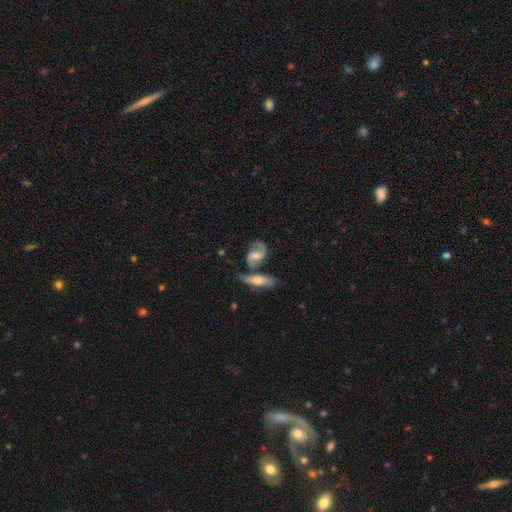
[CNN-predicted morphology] This is likely a featured or disk galaxy (72%). It is clearly not viewed edge-on (92%). Bar: possibly weak (47%). Spiral arm pattern: clearly yes (91%). Spiral arm count: clearly 2 (87%). Spiral winding: possibly medium (52%). Central bulge: possibly moderate (49%). Merging: possibly none (48%).